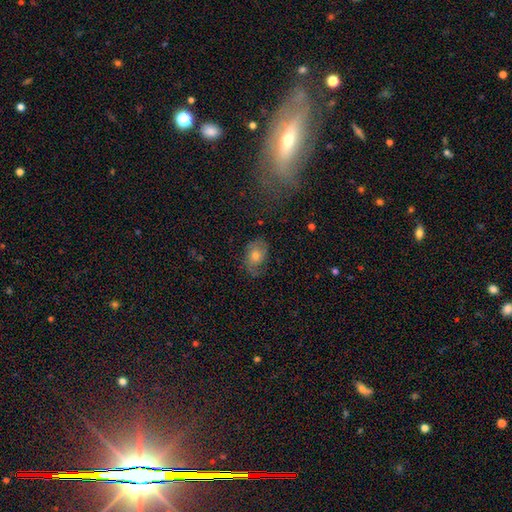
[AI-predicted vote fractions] A featured or disk galaxy (46%).

Vote fractions:
- Smooth or featured? featured or disk: 46% / smooth: 41% / star or artifact: 14%
- Merging? none: 65% / minor disturbance: 22% / major disturbance: 11% / merger: 2%